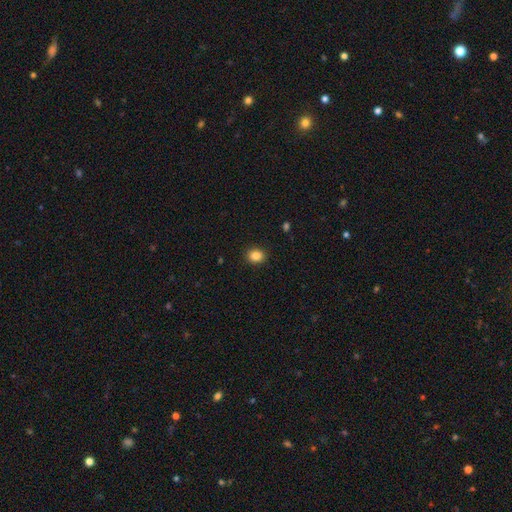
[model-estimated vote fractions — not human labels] Overall: smooth (86%). How rounded: round (65%; in between 34%). Merging: none (91%).